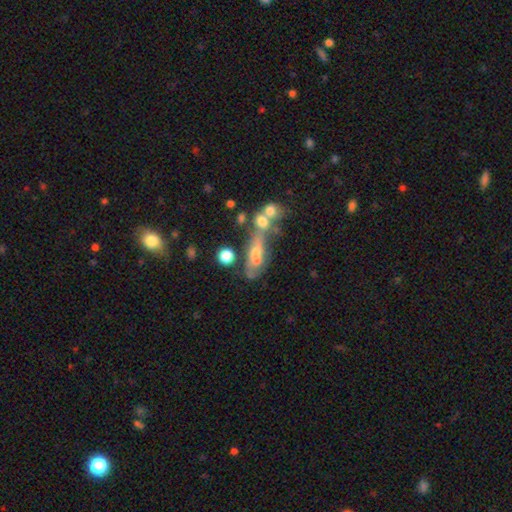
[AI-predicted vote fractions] Smooth or featured?
  - featured or disk: 44% *
  - smooth: 41%
  - star or artifact: 15%
Merging?
  - merger: 44% *
  - none: 26%
  - major disturbance: 16%
  - minor disturbance: 14%